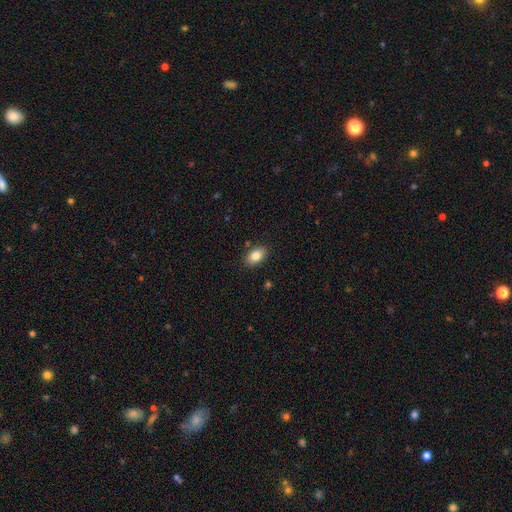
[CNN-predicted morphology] A smooth galaxy with no disk features (83%) that is in between round and cigar-shaped (89%). Merging: none (86%).